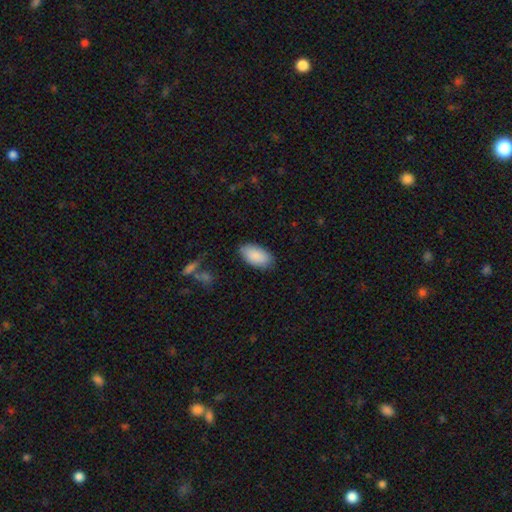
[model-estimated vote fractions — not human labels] A smooth galaxy with no disk features (89%) that is in between round and cigar-shaped (95%).

Vote fractions:
- Smooth or featured? smooth: 89% / star or artifact: 6% / featured or disk: 5%
- How rounded? in between: 95% / round: 3% / cigar-shaped: 2%
- Merging? none: 84% / minor disturbance: 12% / major disturbance: 3% / merger: 1%